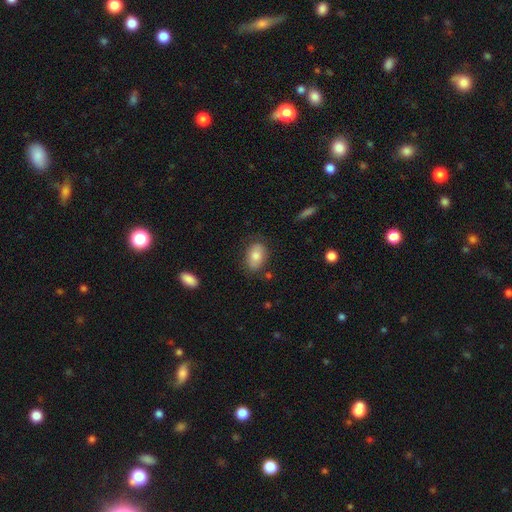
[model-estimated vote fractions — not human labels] This is likely a smooth galaxy (80%). How rounded: clearly in between (88%). Merging: likely none (77%).